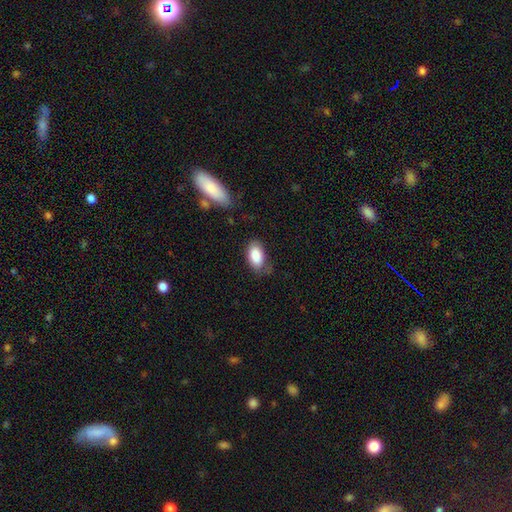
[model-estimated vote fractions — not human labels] Smooth or featured? smooth (87%)
How rounded? in between (93%)
Merging? none (69%)